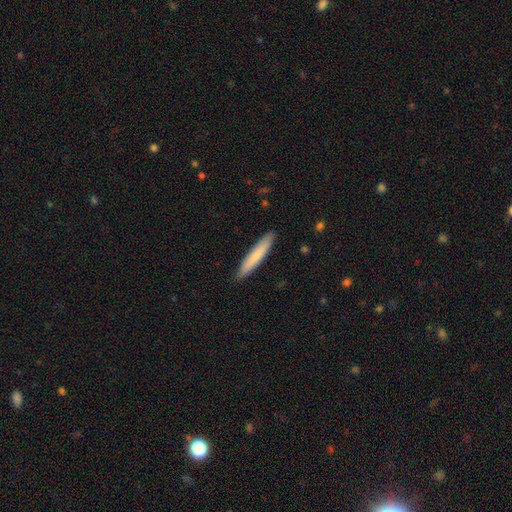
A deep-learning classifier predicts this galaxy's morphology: Smooth or featured: smooth — 79% (featured or disk — 16%)
How rounded: cigar-shaped — 93% (in between — 6%)
Merging: none — 90% (minor disturbance — 8%)